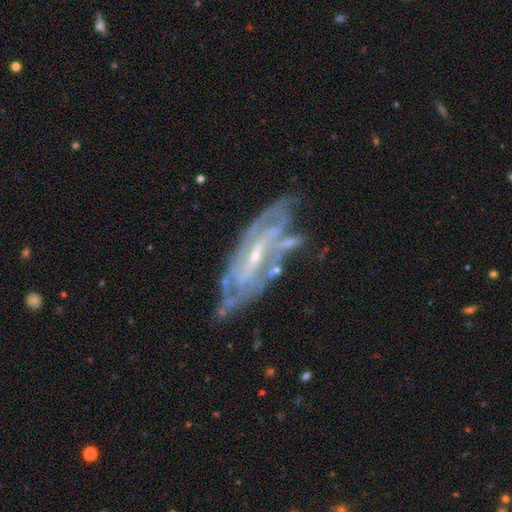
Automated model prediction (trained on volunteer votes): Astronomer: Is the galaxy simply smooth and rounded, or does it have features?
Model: featured or disk — 87%.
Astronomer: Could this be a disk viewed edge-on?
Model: no — 88%.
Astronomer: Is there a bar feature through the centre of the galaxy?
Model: weak — 40% (runner-up: strong, 38%).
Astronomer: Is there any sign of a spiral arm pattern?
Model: yes — 93%.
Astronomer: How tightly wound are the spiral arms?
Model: tight — 54% (runner-up: medium, 35%).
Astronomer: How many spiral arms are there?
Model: can't tell — 33% (runner-up: 2, 29%).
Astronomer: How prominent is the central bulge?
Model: small — 71%.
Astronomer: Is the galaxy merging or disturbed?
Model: none — 61%.